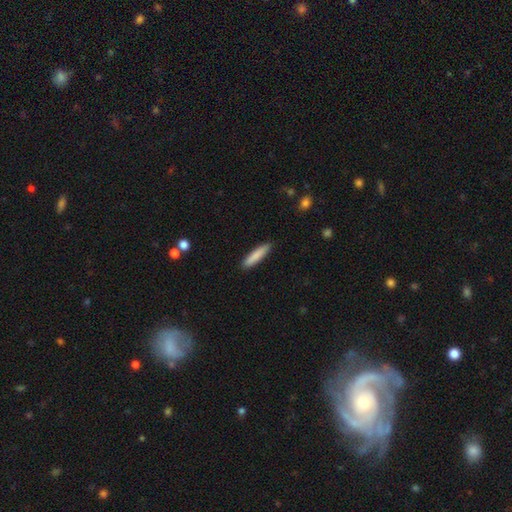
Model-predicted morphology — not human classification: Smooth or featured?
  - smooth: 84% *
  - featured or disk: 10%
  - star or artifact: 6%
How rounded?
  - cigar-shaped: 84% *
  - in between: 14%
  - round: 1%
Merging?
  - none: 89% *
  - minor disturbance: 8%
  - major disturbance: 2%
  - merger: 1%